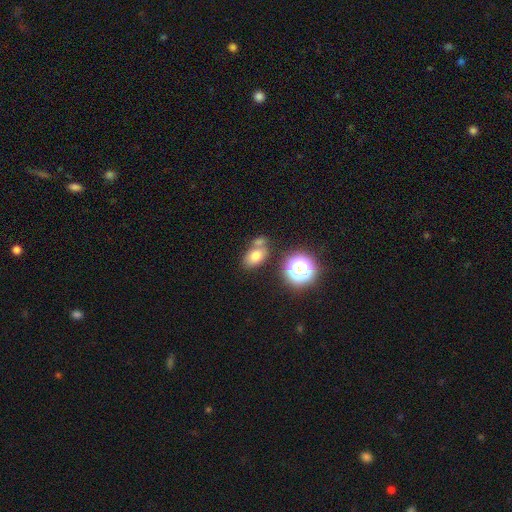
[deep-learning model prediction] smooth-or-featured: smooth: 71% | star or artifact: 16% | featured or disk: 13%
  how-rounded: in between: 79% | round: 19% | cigar-shaped: 2%
  merging: none: 58% | merger: 22% | minor disturbance: 15% | major disturbance: 6%